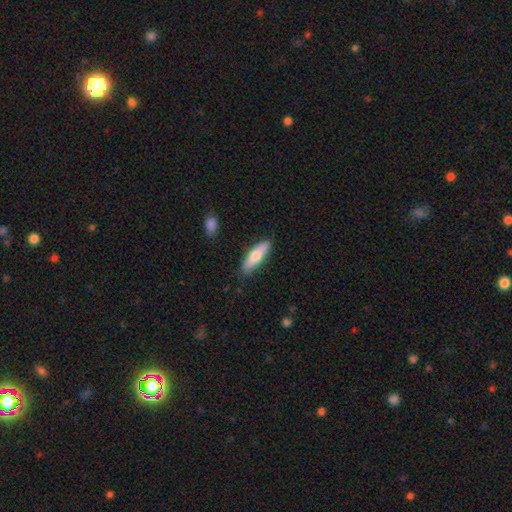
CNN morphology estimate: type=smooth (66%); roundness=cigar-shaped (58%); merging=none (86%).